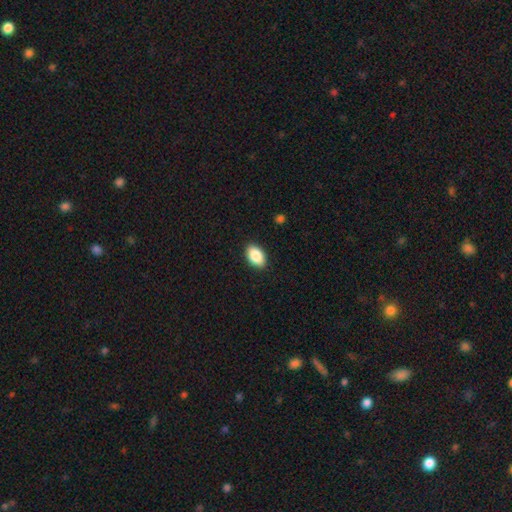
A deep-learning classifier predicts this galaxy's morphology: This is clearly a smooth galaxy (89%). How rounded: clearly in between (91%). Merging: clearly none (90%).